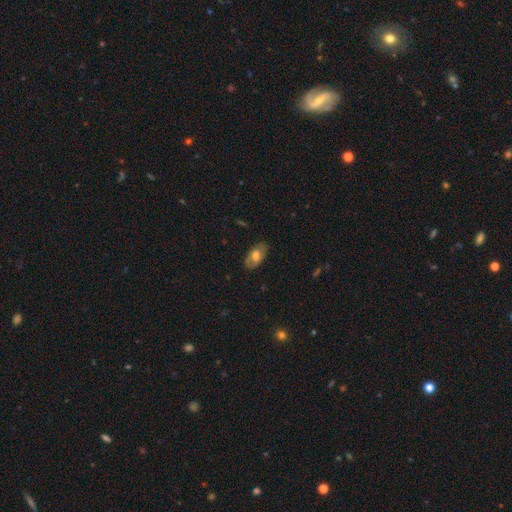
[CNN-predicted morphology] smooth 56%, featured or disk 37%, star or artifact 7%. Down the decision tree: how rounded — in between (92%); merging — none (79%).